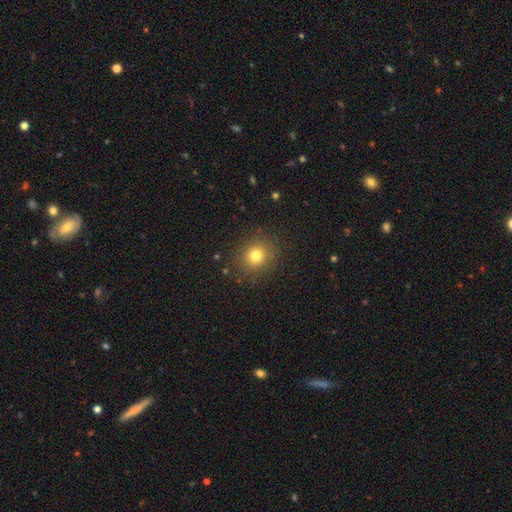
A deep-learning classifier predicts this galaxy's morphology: Smooth or featured? smooth (77%)
How rounded? round (81%)
Merging? none (88%)